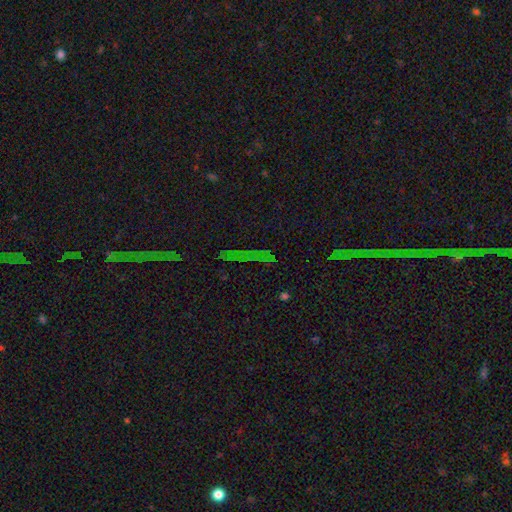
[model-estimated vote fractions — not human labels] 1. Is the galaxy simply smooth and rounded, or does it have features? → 72% star or artifact, 15% smooth, 13% featured or disk.